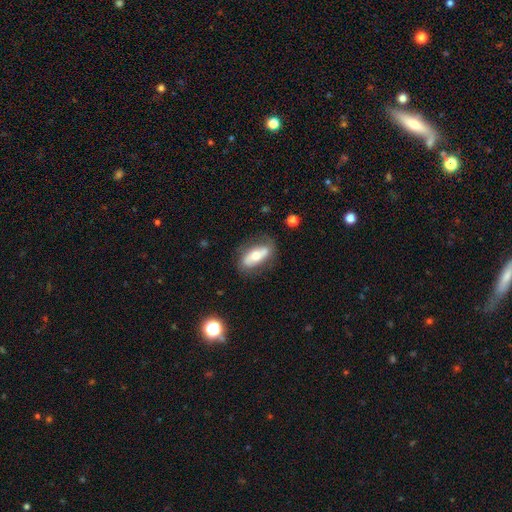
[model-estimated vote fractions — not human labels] This is possibly a featured or disk galaxy (50%). Merging: likely none (71%).